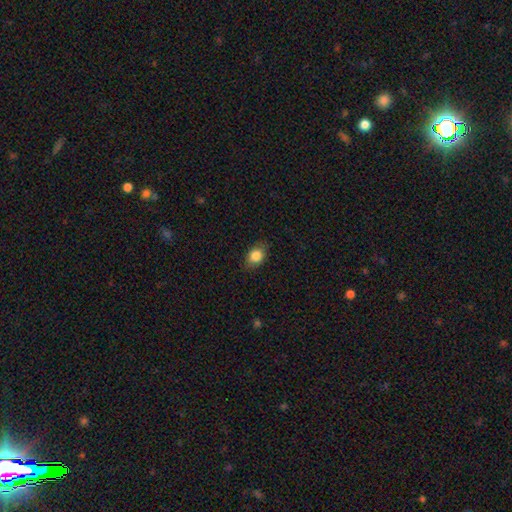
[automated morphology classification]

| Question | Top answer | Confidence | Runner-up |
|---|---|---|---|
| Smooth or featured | smooth | 84% | star or artifact (9%) |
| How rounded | in between | 69% | round (29%) |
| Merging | none | 83% | minor disturbance (13%) |